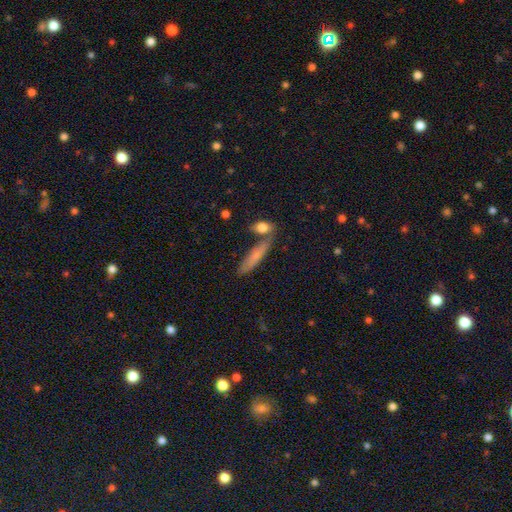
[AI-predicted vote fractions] Morphology: type=smooth (71%); roundness=cigar-shaped (80%); merging=none (69%).